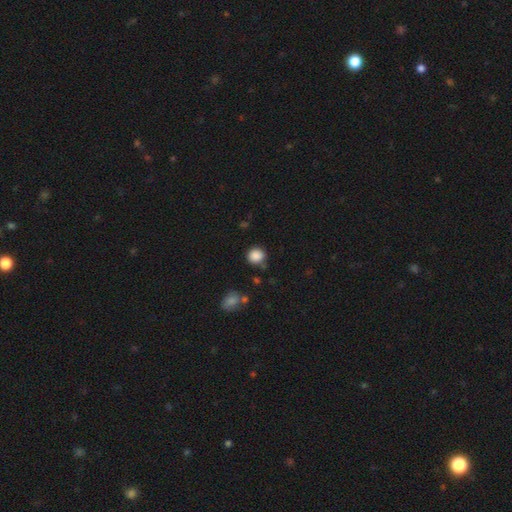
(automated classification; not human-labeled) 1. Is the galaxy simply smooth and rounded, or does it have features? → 87% smooth, 10% star or artifact, 3% featured or disk.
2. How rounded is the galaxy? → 85% round, 14% in between, 1% cigar-shaped.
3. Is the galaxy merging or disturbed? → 80% none, 12% minor disturbance, 4% merger, 3% major disturbance.